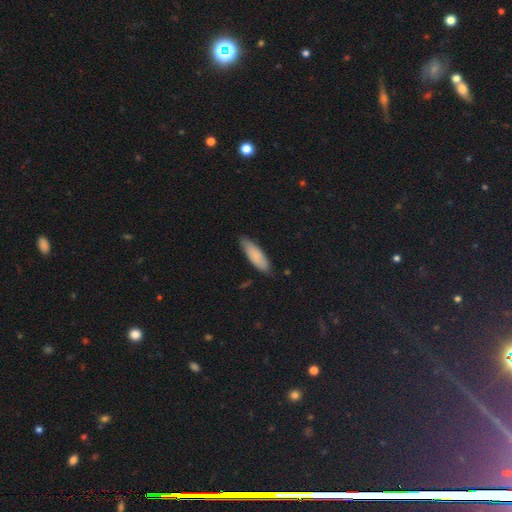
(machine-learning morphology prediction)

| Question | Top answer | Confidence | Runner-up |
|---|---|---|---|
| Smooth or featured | smooth | 84% | featured or disk (11%) |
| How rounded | in between | 51% | cigar-shaped (47%) |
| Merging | none | 79% | minor disturbance (17%) |